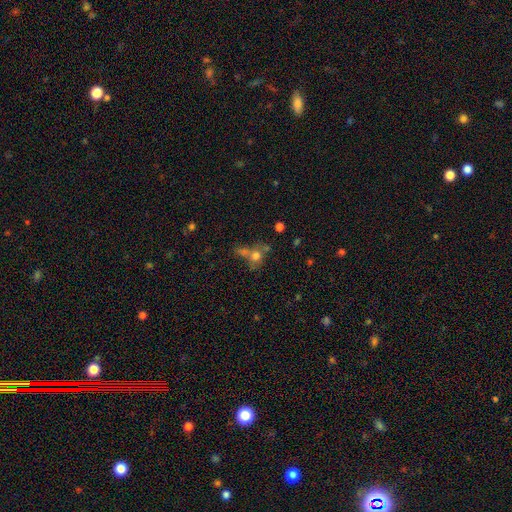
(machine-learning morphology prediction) A smooth galaxy with no disk features (68%) that is round (73%).

Vote fractions:
- Smooth or featured? smooth: 68% / featured or disk: 16% / star or artifact: 15%
- How rounded? round: 73% / in between: 25% / cigar-shaped: 2%
- Merging? merger: 43% / none: 37% / minor disturbance: 12% / major disturbance: 9%